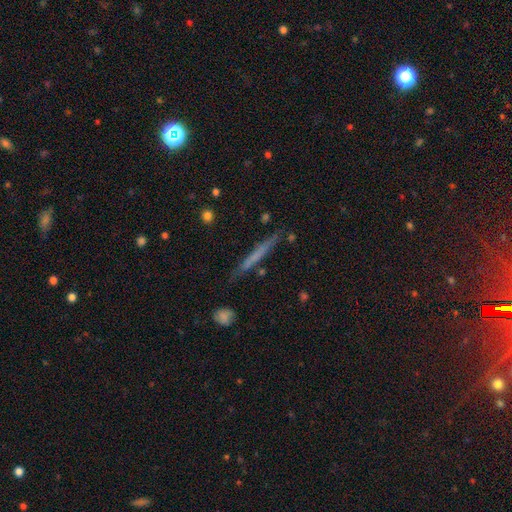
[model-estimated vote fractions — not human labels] Smooth or featured? Predicted: smooth (p=0.50). How rounded? Predicted: cigar-shaped (p=0.95). Merging? Predicted: none (p=0.83).